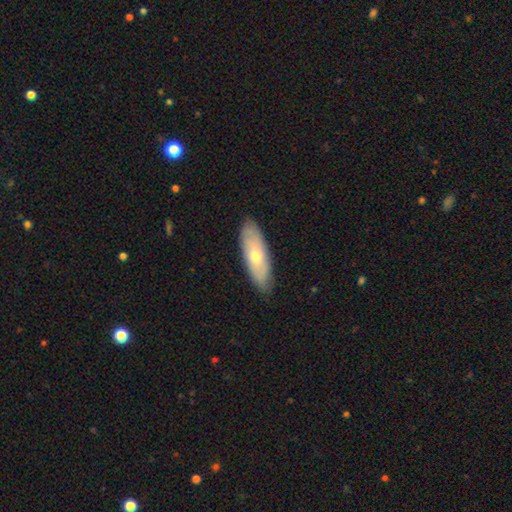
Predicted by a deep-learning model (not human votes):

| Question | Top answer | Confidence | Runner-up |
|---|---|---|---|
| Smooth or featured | smooth | 57% | featured or disk (37%) |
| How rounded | in between | 61% | cigar-shaped (37%) |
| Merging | none | 85% | minor disturbance (11%) |